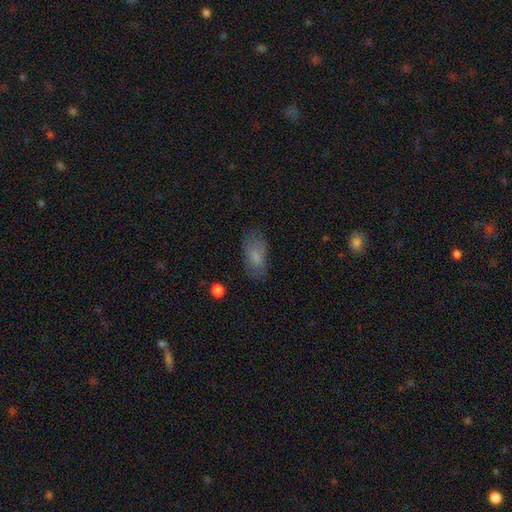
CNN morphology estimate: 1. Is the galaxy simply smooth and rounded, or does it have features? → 74% smooth, 18% featured or disk, 8% star or artifact.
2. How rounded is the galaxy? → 90% in between, 6% cigar-shaped, 3% round.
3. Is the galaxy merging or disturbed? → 70% none, 20% minor disturbance, 8% major disturbance, 2% merger.